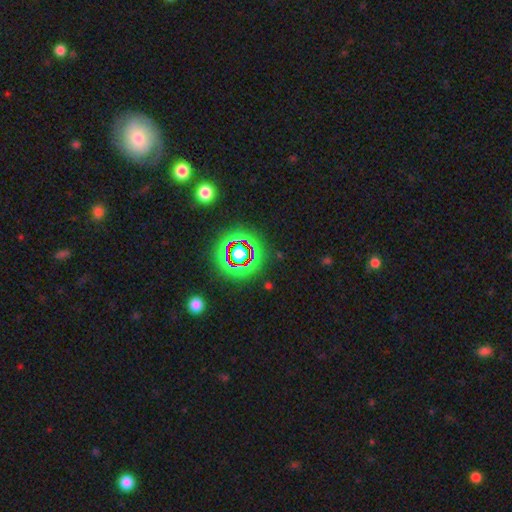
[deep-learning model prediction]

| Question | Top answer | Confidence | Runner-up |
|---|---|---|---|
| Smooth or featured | star or artifact | 76% | smooth (13%) |